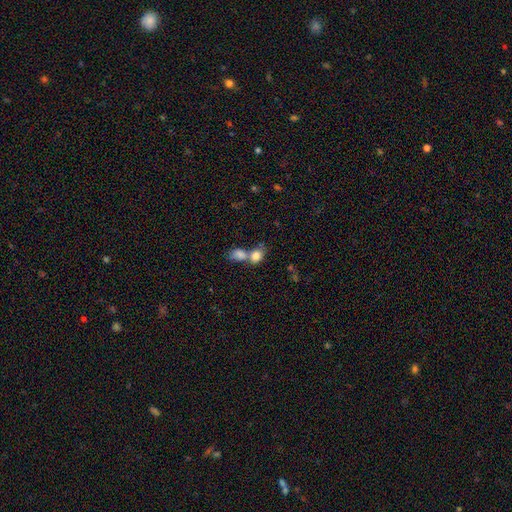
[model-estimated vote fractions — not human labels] Smooth or featured: smooth — 81% (featured or disk — 10%)
How rounded: in between — 64% (round — 34%)
Merging: merger — 64% (none — 24%)